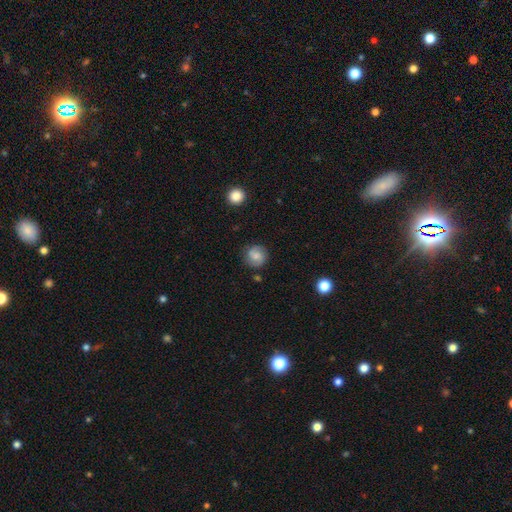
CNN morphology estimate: Smooth or featured: smooth — 52% (featured or disk — 39%)
How rounded: round — 89% (in between — 10%)
Merging: none — 82% (minor disturbance — 12%)